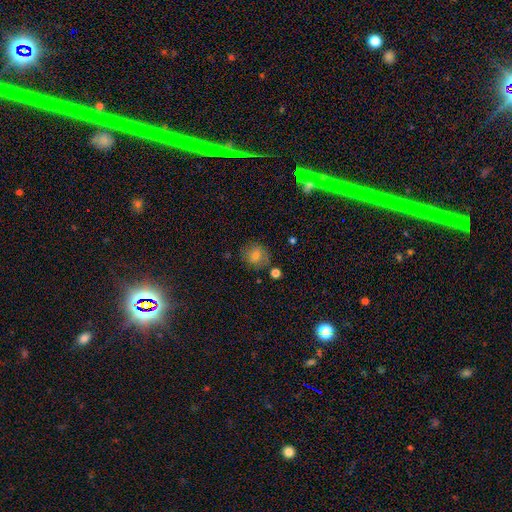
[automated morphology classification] A smooth galaxy with no disk features (74%) that is round (74%).

Vote fractions:
- Smooth or featured? smooth: 74% / featured or disk: 14% / star or artifact: 11%
- How rounded? round: 74% / in between: 25% / cigar-shaped: 1%
- Merging? none: 73% / minor disturbance: 17% / major disturbance: 6% / merger: 4%